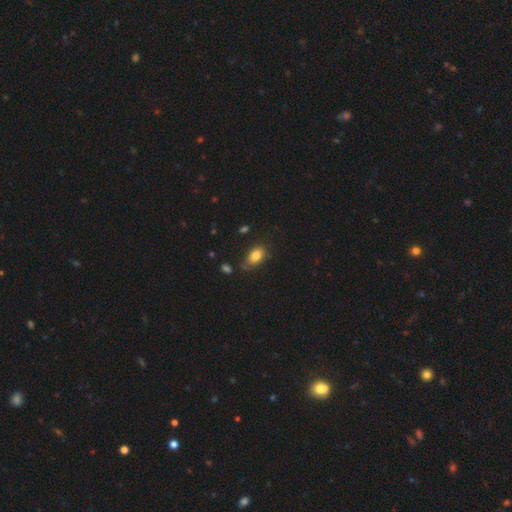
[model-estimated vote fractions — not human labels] Q: Smooth or featured?
A: smooth (84%); runner-up: star or artifact (9%)
Q: How rounded?
A: in between (86%); runner-up: round (12%)
Q: Merging?
A: none (72%); runner-up: minor disturbance (19%)